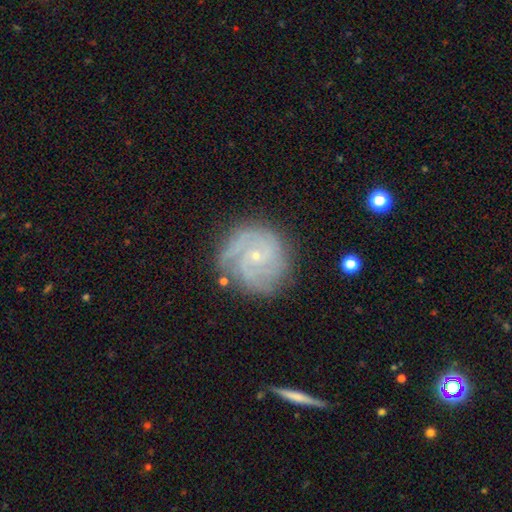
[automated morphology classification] type=featured or disk (83%); edge-on=no (98%); bar=no (72%); spiral arms=yes (96%); winding=tight (66%); arm count=3 (31%); bulge=small (84%); merging=none (76%).